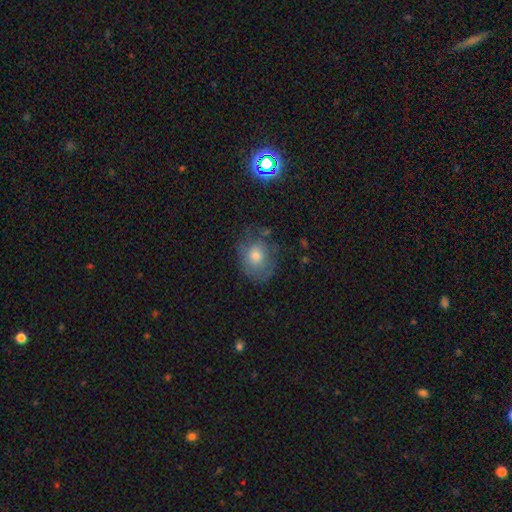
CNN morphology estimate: The model was most divided on "how rounded": round: 63%, in between: 36%, cigar-shaped: 1%. More confident: smooth or featured — smooth (60%); merging — none (60%).